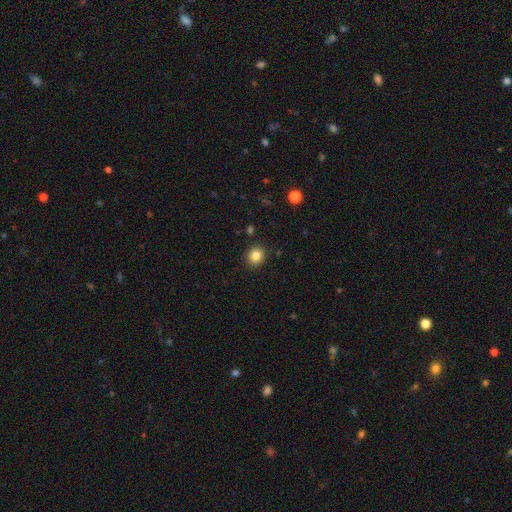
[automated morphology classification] The model was most divided on "how rounded": round: 83%, in between: 16%, cigar-shaped: 1%. More confident: merging — none (90%); smooth or featured — smooth (83%).